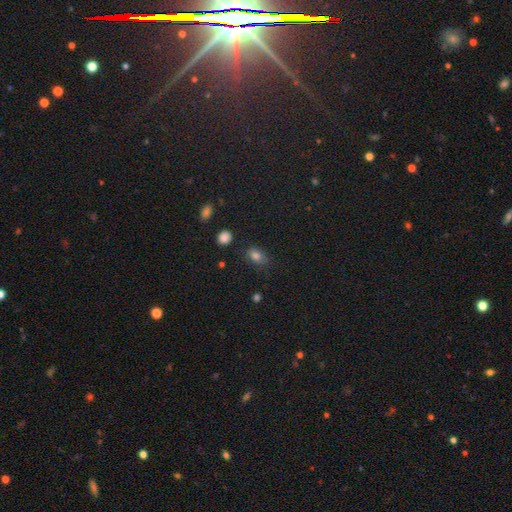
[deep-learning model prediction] Smooth or featured: smooth — 81% (star or artifact — 12%)
How rounded: in between — 77% (round — 21%)
Merging: none — 74% (minor disturbance — 19%)